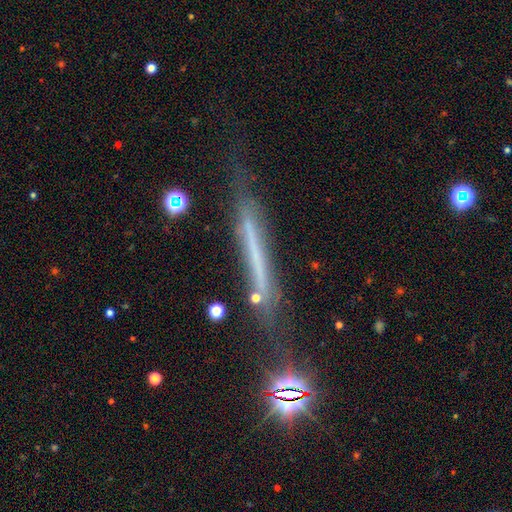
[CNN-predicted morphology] Q: Smooth or featured?
A: featured or disk (50%); runner-up: smooth (35%)
Q: Merging?
A: none (64%); runner-up: minor disturbance (23%)